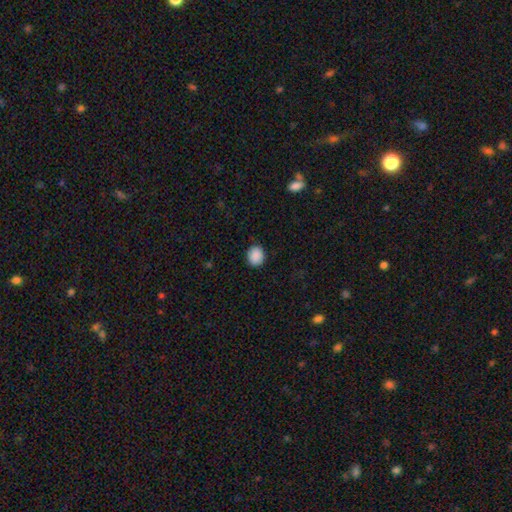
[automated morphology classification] This appears to be a smooth galaxy with no disk features (90%) that is round (66%). Merging: none (89%).